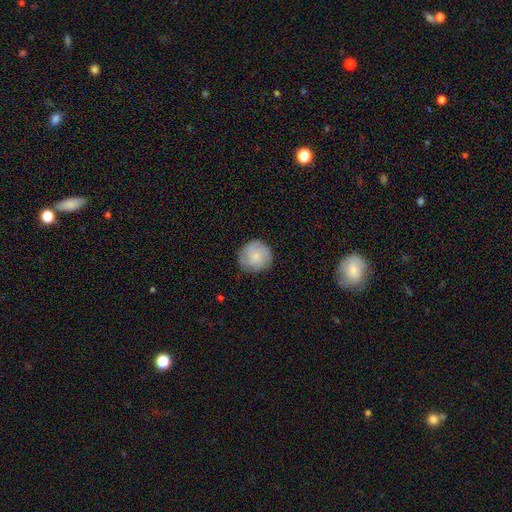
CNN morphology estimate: smooth_or_featured: smooth (p=0.58) [alt: featured or disk p=0.34]
how_rounded: round (p=0.92) [alt: in between p=0.07]
merging: none (p=0.82) [alt: minor disturbance p=0.14]